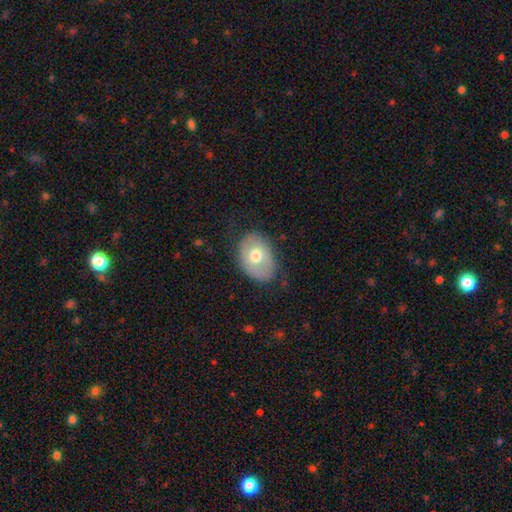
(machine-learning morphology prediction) This is likely a smooth galaxy (61%). How rounded: likely in between (76%). Merging: likely none (73%).